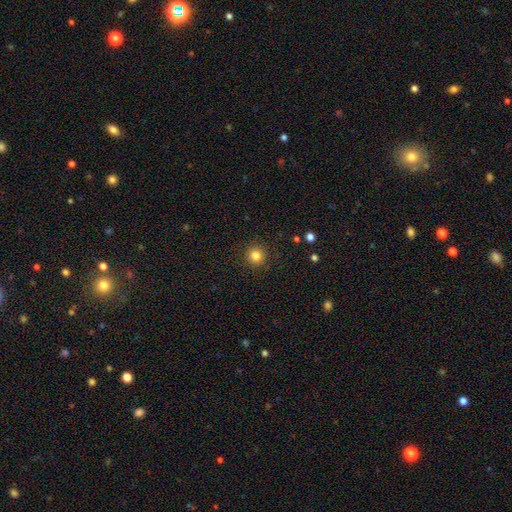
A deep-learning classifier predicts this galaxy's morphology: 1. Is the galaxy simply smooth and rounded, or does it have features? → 83% smooth, 12% star or artifact, 5% featured or disk.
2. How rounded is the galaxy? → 95% round, 4% in between, 1% cigar-shaped.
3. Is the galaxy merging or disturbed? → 91% none, 6% minor disturbance, 2% major disturbance, 1% merger.